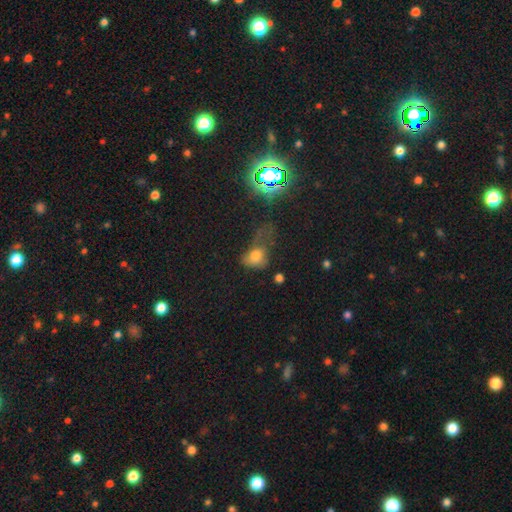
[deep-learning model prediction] Q: Smooth or featured?
A: smooth (66%); runner-up: star or artifact (19%)
Q: How rounded?
A: in between (60%); runner-up: round (38%)
Q: Merging?
A: major disturbance (48%); runner-up: none (22%)